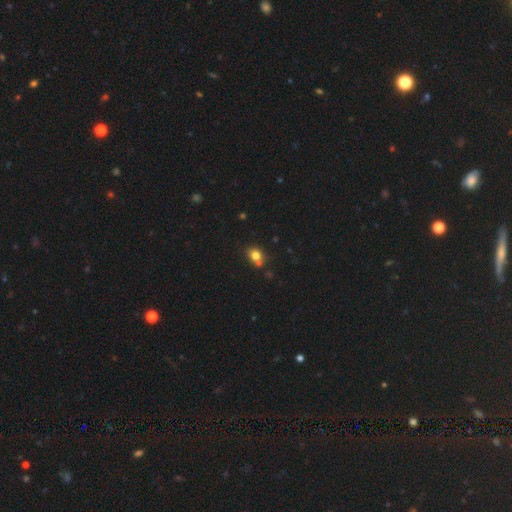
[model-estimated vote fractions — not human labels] The model was most divided on "how rounded": round: 53%, in between: 46%, cigar-shaped: 1%. More confident: smooth or featured — smooth (78%); merging — none (58%).